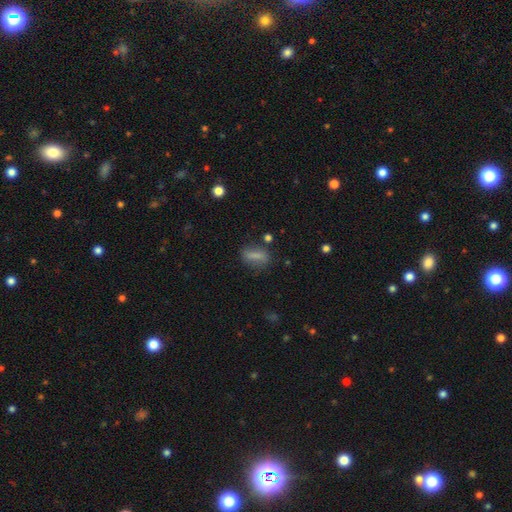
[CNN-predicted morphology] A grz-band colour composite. It shows a smooth galaxy with no disk features (73%) that is in between round and cigar-shaped (61%). Merging: none (70%).